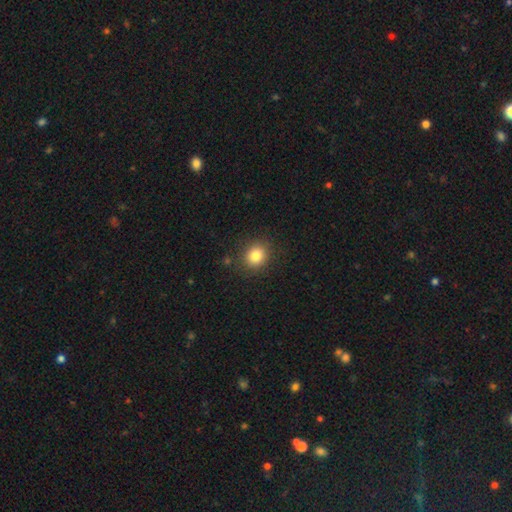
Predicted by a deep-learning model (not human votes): This appears to be a smooth galaxy with no disk features (83%) that is round (74%). Merging: none (86%).